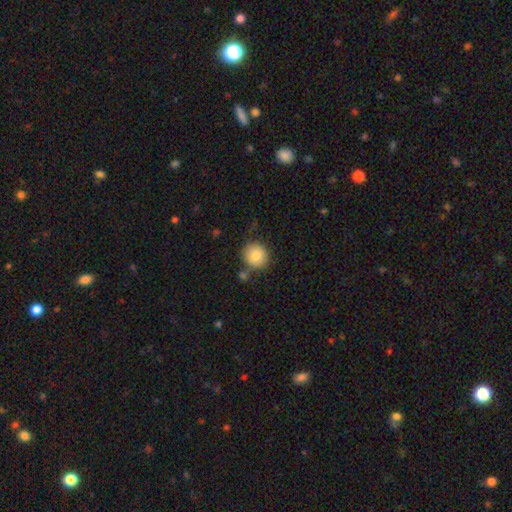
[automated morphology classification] A smooth galaxy with no disk features (83%) that is round (89%). Merging: none (74%).